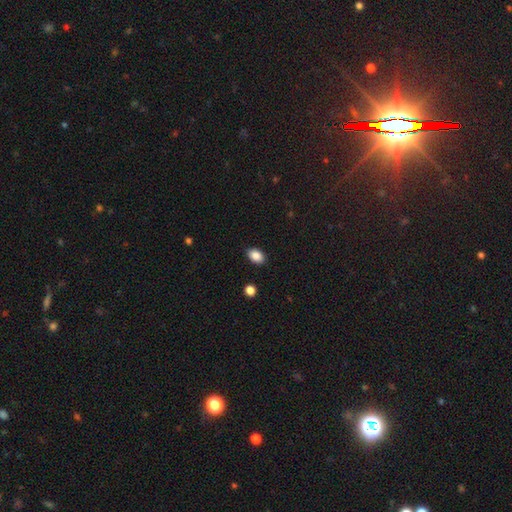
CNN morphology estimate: type=smooth (87%); roundness=in between (86%); merging=none (89%).